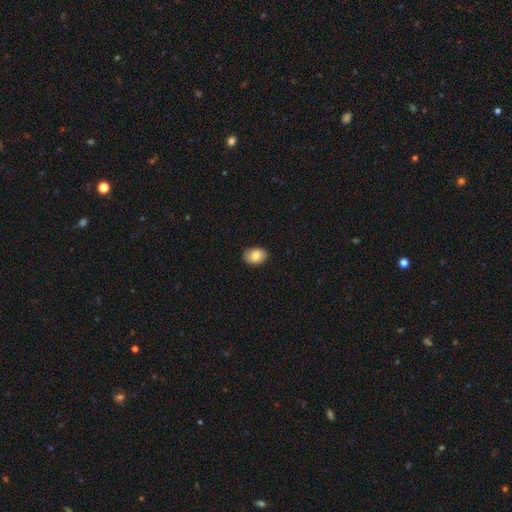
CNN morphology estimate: This appears to be a smooth galaxy with no disk features (84%) that is in between round and cigar-shaped (81%). Merging: none (89%).